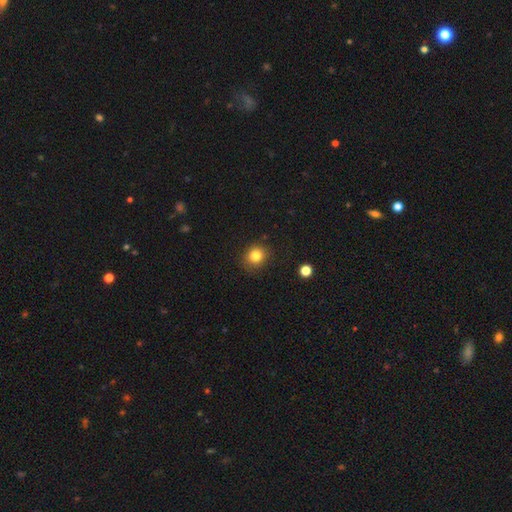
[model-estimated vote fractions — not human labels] A smooth galaxy with no disk features (83%) that is round (81%). Merging: none (86%).